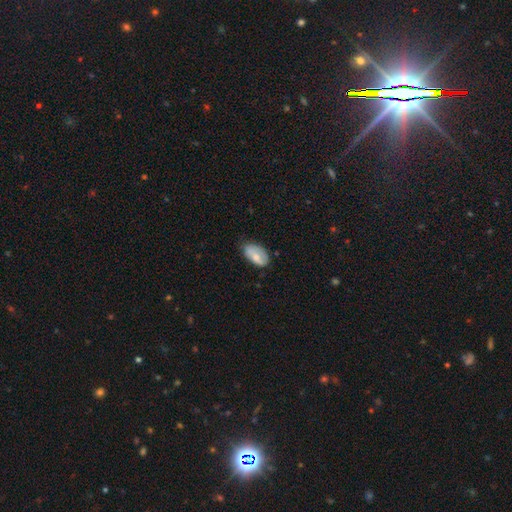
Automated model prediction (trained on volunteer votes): Smooth or featured: smooth — 71% (featured or disk — 23%)
How rounded: in between — 94% (round — 4%)
Merging: none — 52% (minor disturbance — 37%)